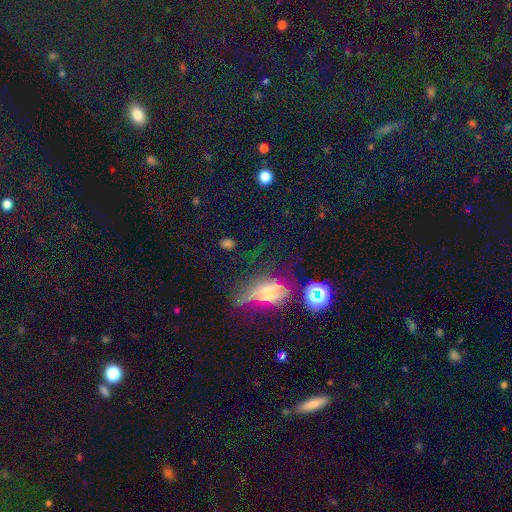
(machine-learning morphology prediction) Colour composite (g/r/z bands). It shows a star or artifact, not a galaxy (41%).